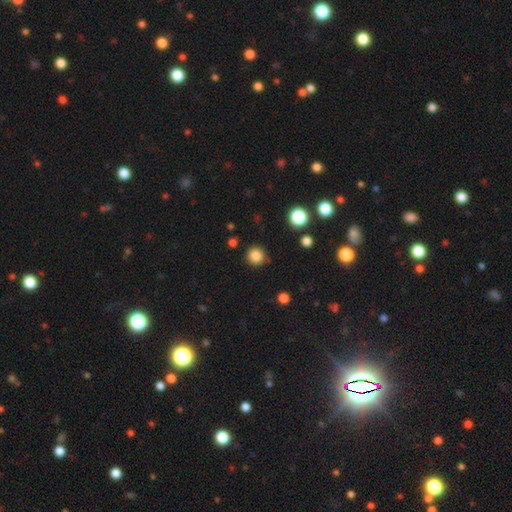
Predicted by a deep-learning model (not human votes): Smooth or featured?
  - smooth: 85% *
  - star or artifact: 11%
  - featured or disk: 4%
How rounded?
  - round: 93% *
  - in between: 6%
  - cigar-shaped: 1%
Merging?
  - none: 86% *
  - minor disturbance: 9%
  - major disturbance: 2%
  - merger: 2%